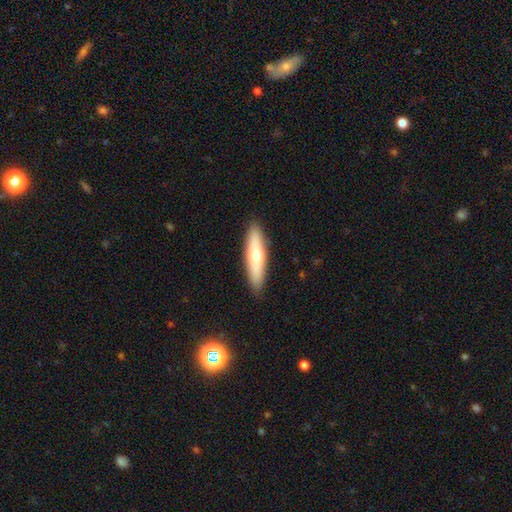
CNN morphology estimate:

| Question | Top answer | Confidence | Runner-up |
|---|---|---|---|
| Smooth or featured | smooth | 56% | featured or disk (38%) |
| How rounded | cigar-shaped | 71% | in between (27%) |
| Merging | none | 89% | minor disturbance (8%) |